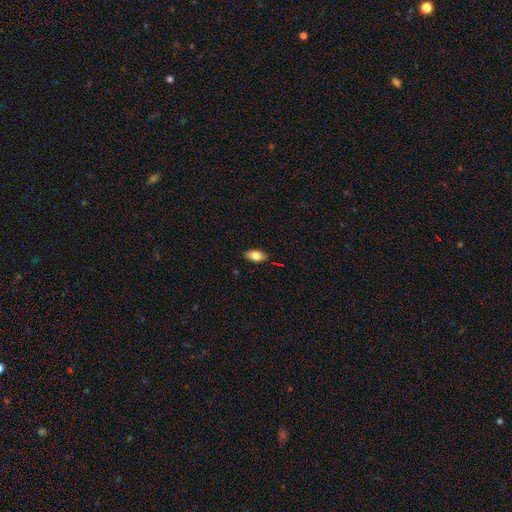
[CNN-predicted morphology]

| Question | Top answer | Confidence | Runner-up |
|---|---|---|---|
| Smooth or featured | smooth | 82% | featured or disk (10%) |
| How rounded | in between | 91% | round (5%) |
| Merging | none | 86% | minor disturbance (11%) |